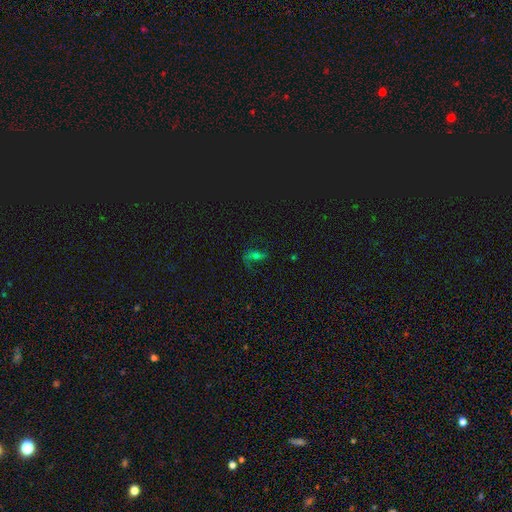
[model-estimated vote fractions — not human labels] Smooth or featured: featured or disk — 50% (smooth — 25%)
Edge-on disk: no — 93% (yes — 7%)
Merging: none — 55% (major disturbance — 24%)